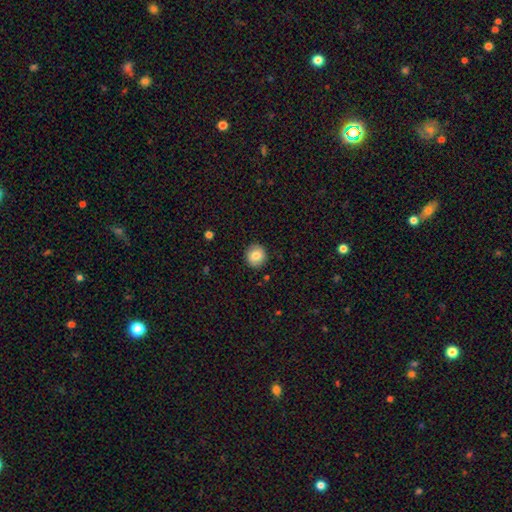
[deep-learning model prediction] Smooth or featured: smooth — 82% (featured or disk — 9%)
How rounded: round — 90% (in between — 9%)
Merging: none — 91% (minor disturbance — 6%)